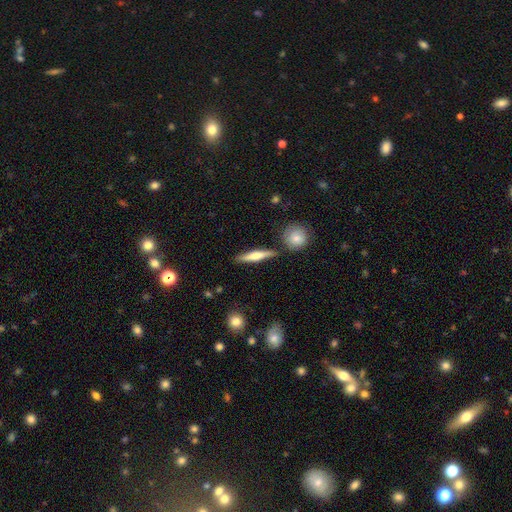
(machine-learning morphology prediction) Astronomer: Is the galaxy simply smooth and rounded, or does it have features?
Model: smooth — 52% (runner-up: featured or disk, 42%).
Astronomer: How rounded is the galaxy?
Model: cigar-shaped — 84%.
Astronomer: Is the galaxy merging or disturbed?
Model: none — 83%.